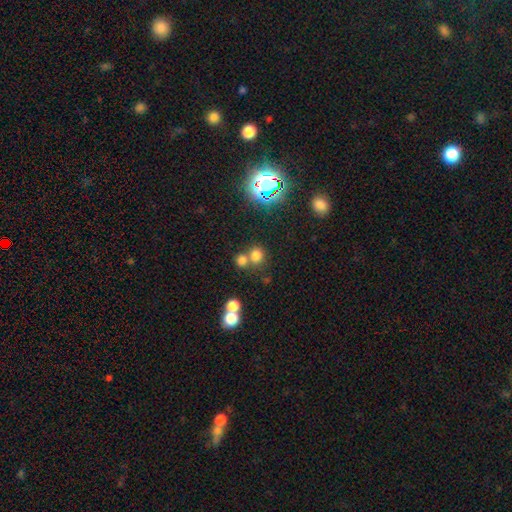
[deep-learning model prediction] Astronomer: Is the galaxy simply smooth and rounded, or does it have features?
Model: smooth — 71%.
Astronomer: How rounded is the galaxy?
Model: round — 79%.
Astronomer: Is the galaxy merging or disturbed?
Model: none — 54% (runner-up: merger, 35%).